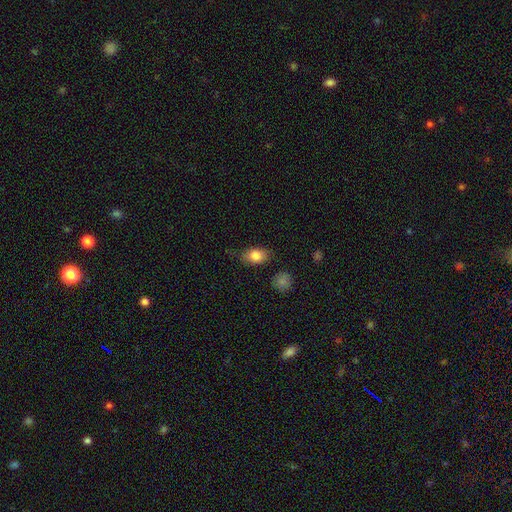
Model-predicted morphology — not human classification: smooth 84%, featured or disk 9%, star or artifact 7%. Down the decision tree: how rounded — in between (84%); merging — none (74%).